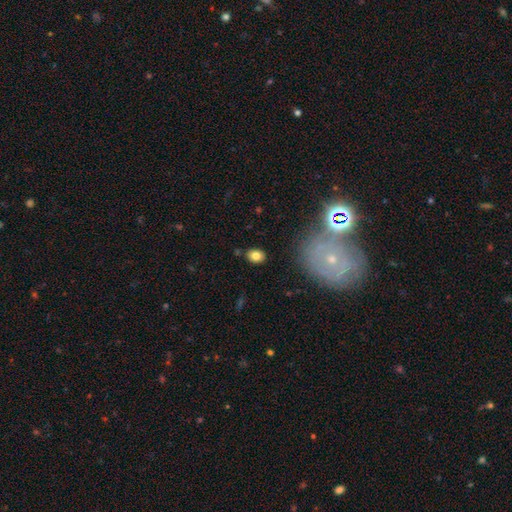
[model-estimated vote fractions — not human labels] Smooth or featured? smooth (81%)
How rounded? in between (63%)
Merging? none (84%)